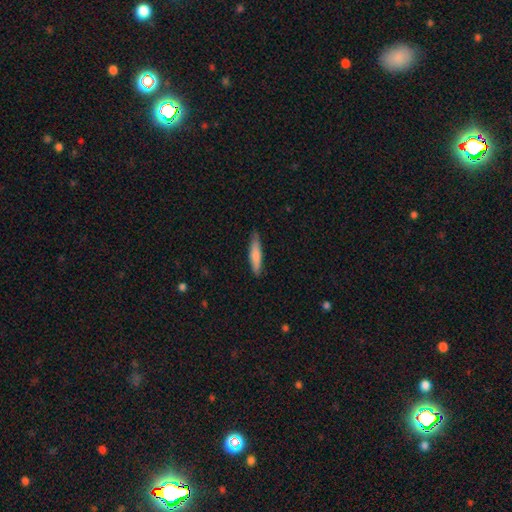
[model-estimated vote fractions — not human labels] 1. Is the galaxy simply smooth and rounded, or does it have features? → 75% smooth, 20% featured or disk, 5% star or artifact.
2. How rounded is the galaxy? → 84% cigar-shaped, 15% in between, 1% round.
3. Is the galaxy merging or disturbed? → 82% none, 15% minor disturbance, 2% major disturbance, 1% merger.